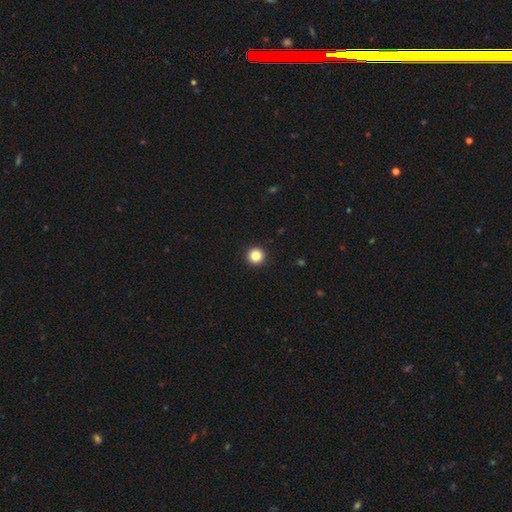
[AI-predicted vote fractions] Q: Smooth or featured?
A: smooth (85%); runner-up: star or artifact (11%)
Q: How rounded?
A: round (96%); runner-up: in between (3%)
Q: Merging?
A: none (94%); runner-up: minor disturbance (4%)